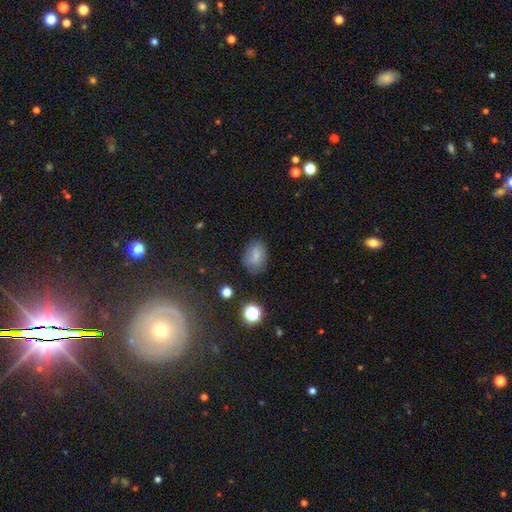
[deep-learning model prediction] A smooth galaxy with no disk features (76%) that is in between round and cigar-shaped (72%).

Vote fractions:
- Smooth or featured? smooth: 76% / featured or disk: 12% / star or artifact: 12%
- How rounded? in between: 72% / round: 27% / cigar-shaped: 1%
- Merging? none: 70% / minor disturbance: 21% / major disturbance: 7% / merger: 2%